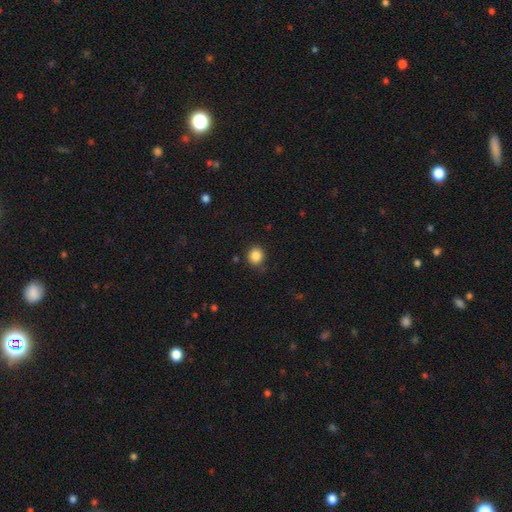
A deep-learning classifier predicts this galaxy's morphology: A smooth galaxy with no disk features (86%) that is round (88%). Merging: none (86%).